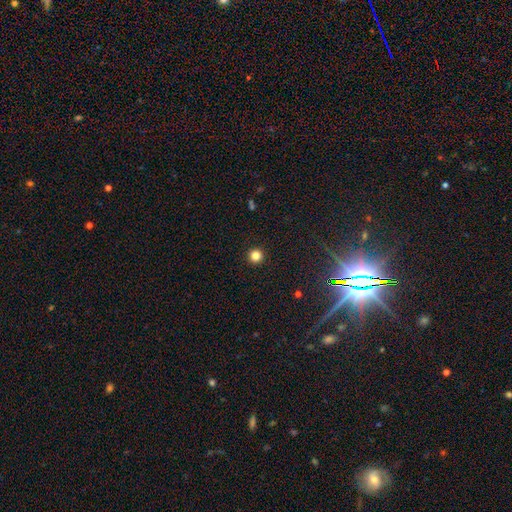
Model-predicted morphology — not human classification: type=smooth (83%); roundness=round (96%); merging=none (94%).